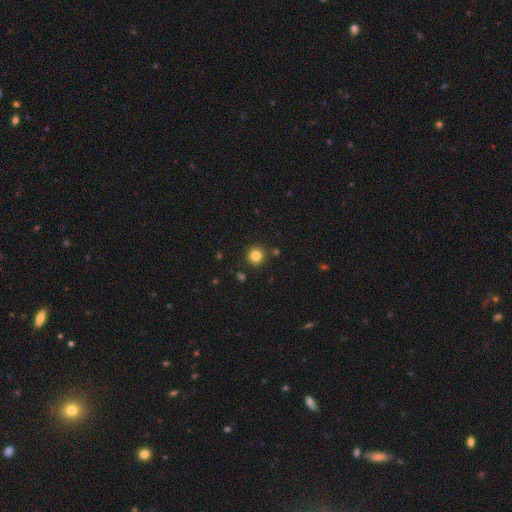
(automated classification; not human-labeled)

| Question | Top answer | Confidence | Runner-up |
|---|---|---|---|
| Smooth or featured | smooth | 82% | star or artifact (12%) |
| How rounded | round | 94% | in between (6%) |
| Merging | none | 89% | minor disturbance (6%) |